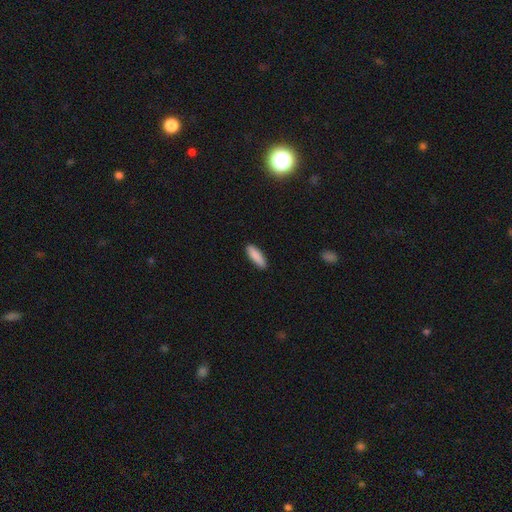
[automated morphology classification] Overall: smooth (89%). How rounded: cigar-shaped (51%; in between 48%). Merging: none (89%).